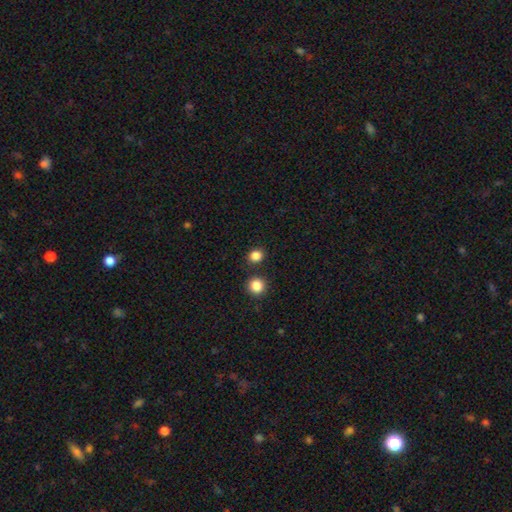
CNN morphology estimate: A smooth galaxy with no disk features (84%) that is round (77%). Merging: none (82%).